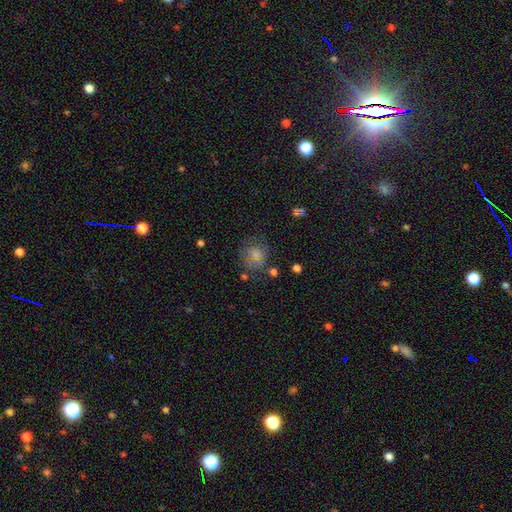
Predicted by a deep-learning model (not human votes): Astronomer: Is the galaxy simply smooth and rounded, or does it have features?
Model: smooth — 76%.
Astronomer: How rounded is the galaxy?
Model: round — 81%.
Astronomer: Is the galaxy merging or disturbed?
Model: none — 62%.